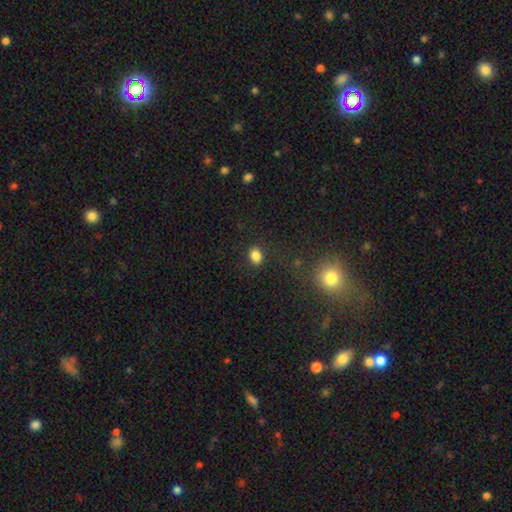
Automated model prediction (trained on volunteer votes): smooth-or-featured: smooth: 84% | star or artifact: 12% | featured or disk: 5%
  how-rounded: in between: 60% | round: 38% | cigar-shaped: 1%
  merging: none: 85% | minor disturbance: 10% | major disturbance: 3% | merger: 2%